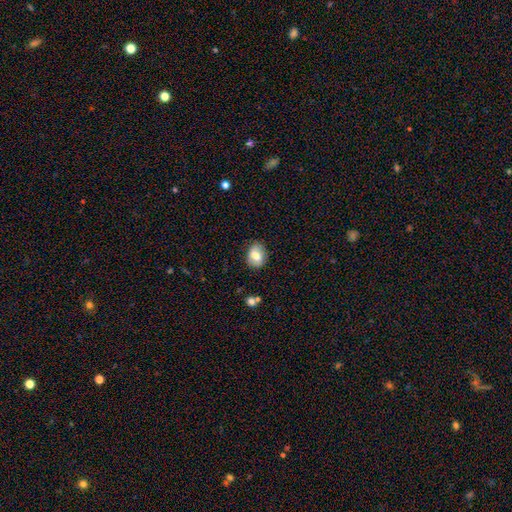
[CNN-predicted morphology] type=smooth (72%); roundness=in between (63%); merging=none (79%).